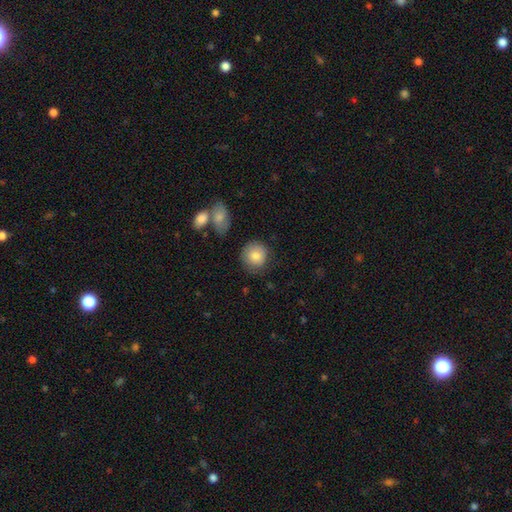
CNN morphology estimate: type=smooth (83%); roundness=round (88%); merging=none (76%).